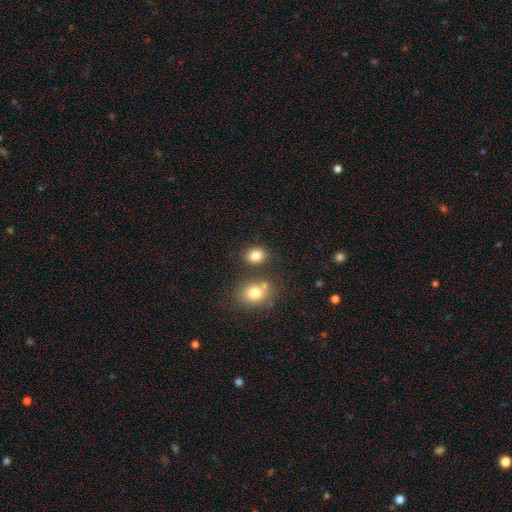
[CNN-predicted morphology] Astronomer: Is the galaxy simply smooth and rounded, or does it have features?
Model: smooth — 82%.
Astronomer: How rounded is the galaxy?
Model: in between — 50% (runner-up: round, 49%).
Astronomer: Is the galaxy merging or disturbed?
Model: none — 73%.